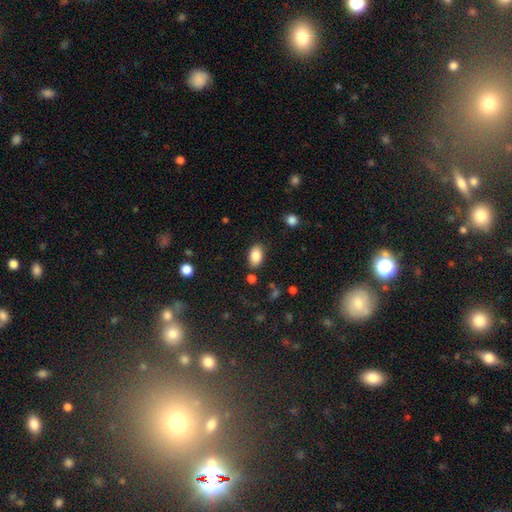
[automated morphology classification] Smooth or featured: smooth — 87% (star or artifact — 8%)
How rounded: in between — 90% (round — 9%)
Merging: none — 82% (minor disturbance — 12%)